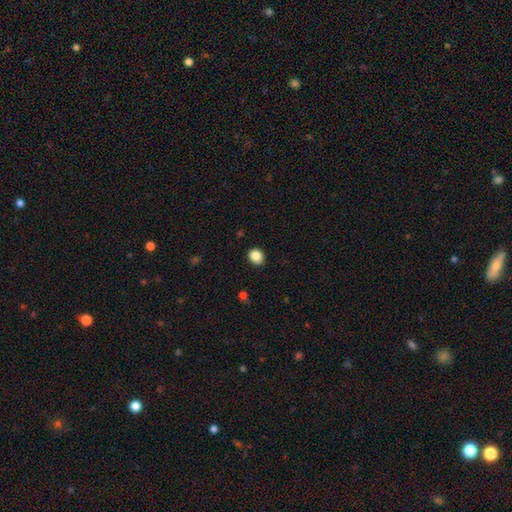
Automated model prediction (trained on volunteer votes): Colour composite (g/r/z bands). It shows a smooth galaxy with no disk features (86%) that is round (65%). Merging: none (88%).